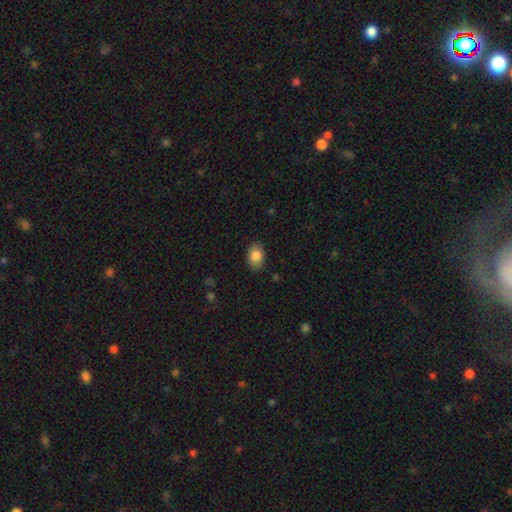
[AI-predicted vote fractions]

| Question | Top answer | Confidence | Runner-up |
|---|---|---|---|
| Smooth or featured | smooth | 85% | featured or disk (8%) |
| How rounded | in between | 83% | round (16%) |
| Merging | none | 84% | minor disturbance (12%) |